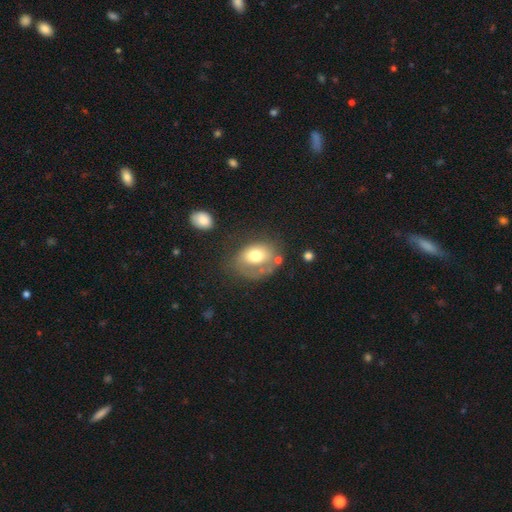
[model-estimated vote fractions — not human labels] This appears to be a smooth galaxy with no disk features (62%) that is in between round and cigar-shaped (61%). Merging: none (43%).